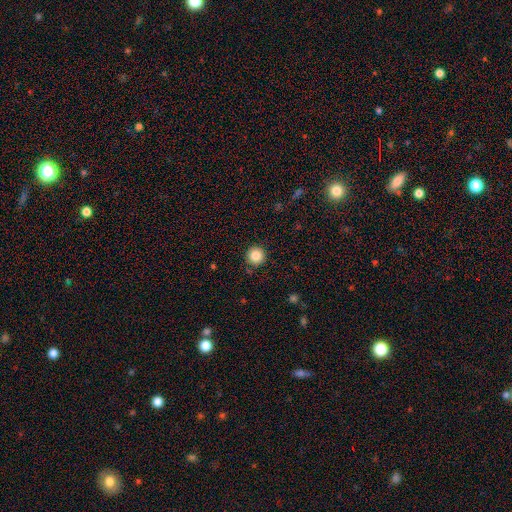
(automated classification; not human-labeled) Q: Smooth or featured?
A: smooth (85%); runner-up: star or artifact (10%)
Q: How rounded?
A: round (95%); runner-up: in between (4%)
Q: Merging?
A: none (89%); runner-up: minor disturbance (7%)